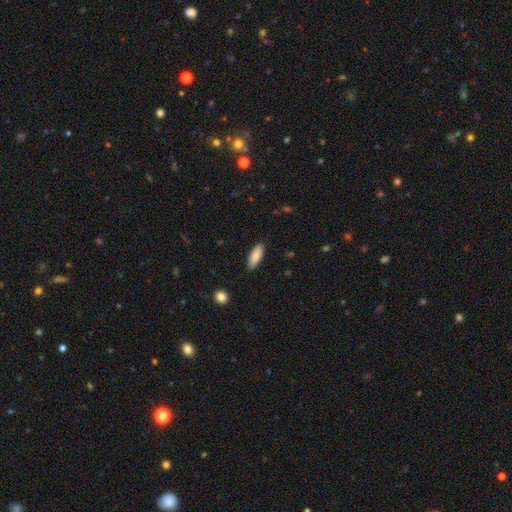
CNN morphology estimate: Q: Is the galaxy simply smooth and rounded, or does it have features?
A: smooth — 87%.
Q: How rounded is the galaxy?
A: in between — 74%.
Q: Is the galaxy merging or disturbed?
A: none — 86%.